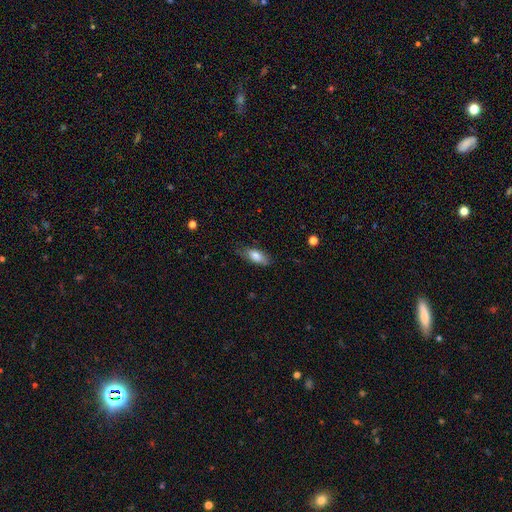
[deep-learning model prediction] Smooth or featured? smooth (79%)
How rounded? in between (78%)
Merging? none (72%)